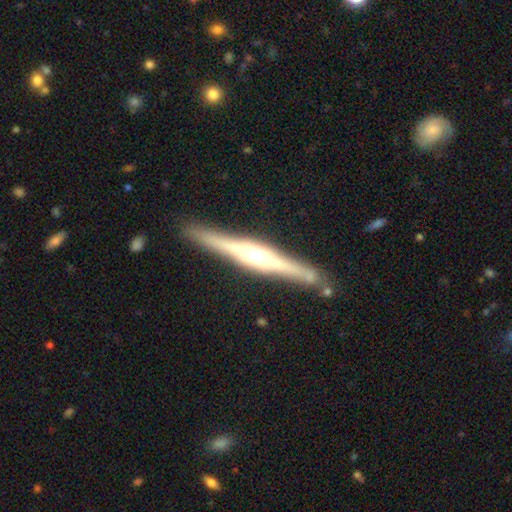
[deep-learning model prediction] smooth-or-featured: featured or disk: 78% | smooth: 17% | star or artifact: 5%
  disk-edge-on: yes: 98% | no: 2%
    edge-on-bulge: rounded: 82% | boxy: 13% | none: 5%
  merging: none: 86% | minor disturbance: 10% | merger: 2% | major disturbance: 2%